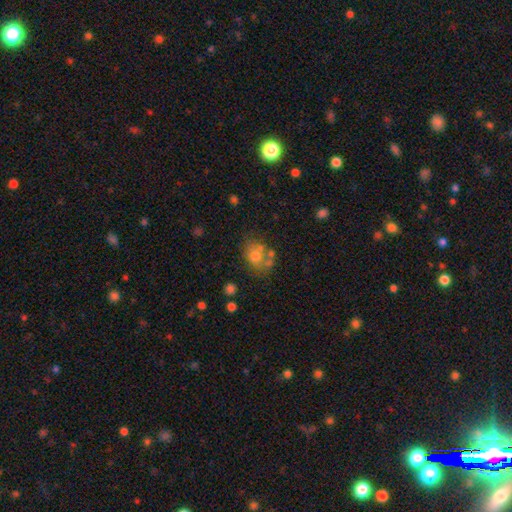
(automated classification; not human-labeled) smooth-or-featured: smooth: 63% | featured or disk: 26% | star or artifact: 12%
  how-rounded: in between: 54% | round: 45% | cigar-shaped: 1%
  merging: none: 45% | minor disturbance: 21% | merger: 21% | major disturbance: 13%